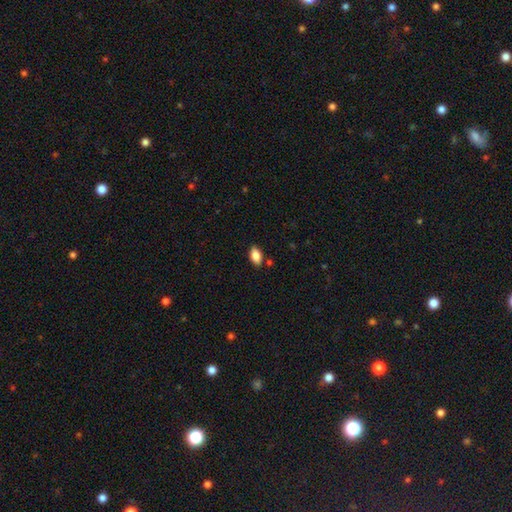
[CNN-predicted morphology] Smooth or featured?
  - smooth: 84% *
  - featured or disk: 8%
  - star or artifact: 8%
How rounded?
  - in between: 92% *
  - round: 5%
  - cigar-shaped: 3%
Merging?
  - none: 84% *
  - minor disturbance: 11%
  - merger: 3%
  - major disturbance: 2%